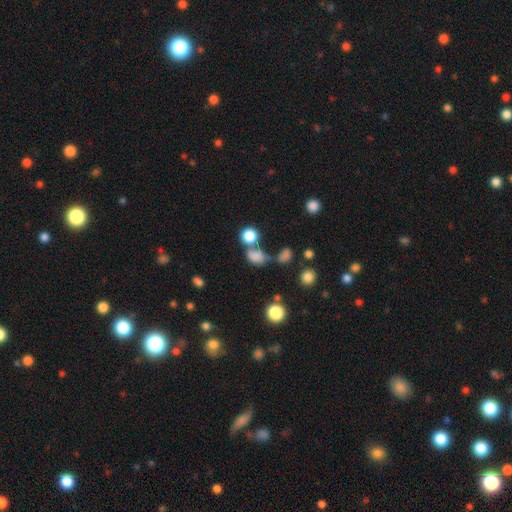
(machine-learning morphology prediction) Smooth or featured?
  - smooth: 77% *
  - star or artifact: 14%
  - featured or disk: 9%
How rounded?
  - in between: 60% *
  - round: 38%
  - cigar-shaped: 2%
Merging?
  - merger: 38% *
  - none: 37%
  - minor disturbance: 15%
  - major disturbance: 10%